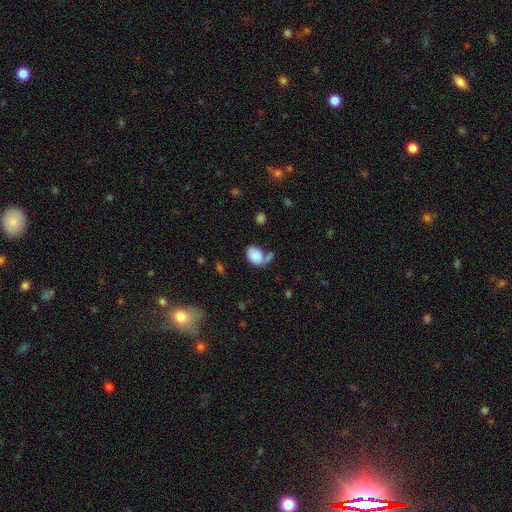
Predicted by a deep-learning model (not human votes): Smooth or featured?
  - smooth: 82% *
  - featured or disk: 10%
  - star or artifact: 8%
How rounded?
  - in between: 79% *
  - round: 20%
  - cigar-shaped: 1%
Merging?
  - none: 38% *
  - merger: 28%
  - minor disturbance: 20%
  - major disturbance: 14%